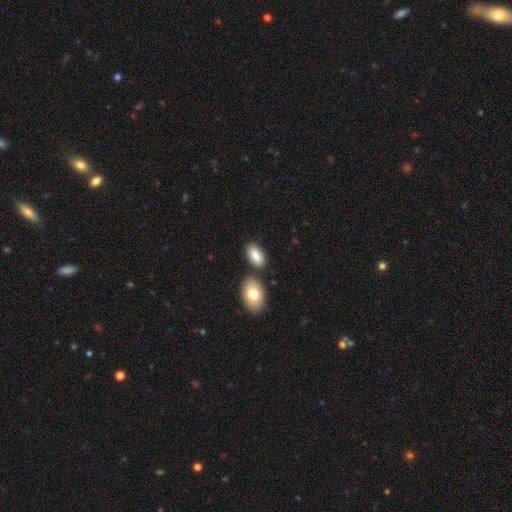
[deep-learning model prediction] smooth_or_featured: smooth (p=0.82) [alt: featured or disk p=0.11]
how_rounded: in between (p=0.93) [alt: round p=0.05]
merging: none (p=0.71) [alt: merger p=0.15]